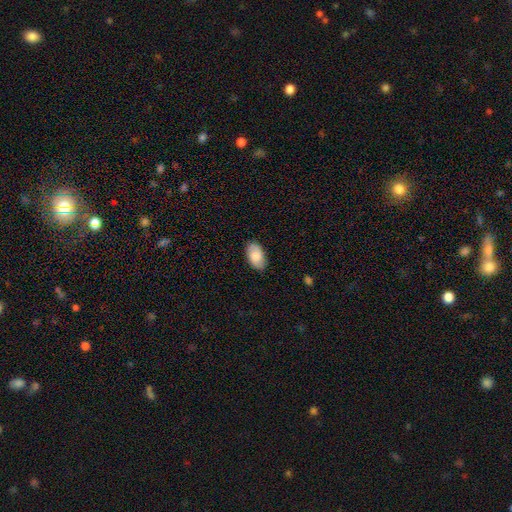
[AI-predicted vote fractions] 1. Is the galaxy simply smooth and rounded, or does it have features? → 77% smooth, 16% featured or disk, 7% star or artifact.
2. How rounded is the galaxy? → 94% in between, 5% round, 1% cigar-shaped.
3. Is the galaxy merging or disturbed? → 84% none, 12% minor disturbance, 2% major disturbance, 1% merger.